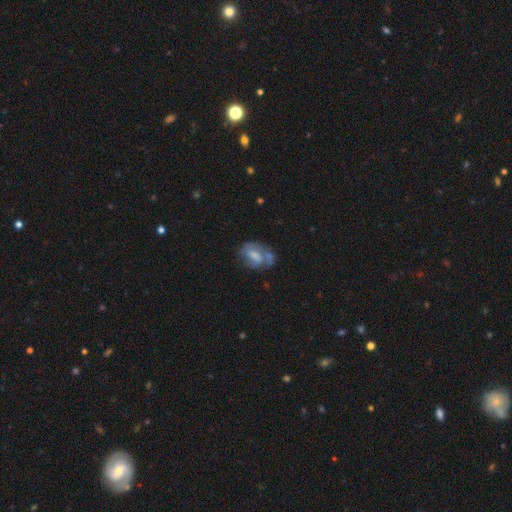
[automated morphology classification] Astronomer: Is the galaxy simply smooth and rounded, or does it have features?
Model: featured or disk — 46%, tied with smooth at 46%.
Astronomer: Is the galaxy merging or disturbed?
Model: none — 39% (runner-up: minor disturbance, 26%).